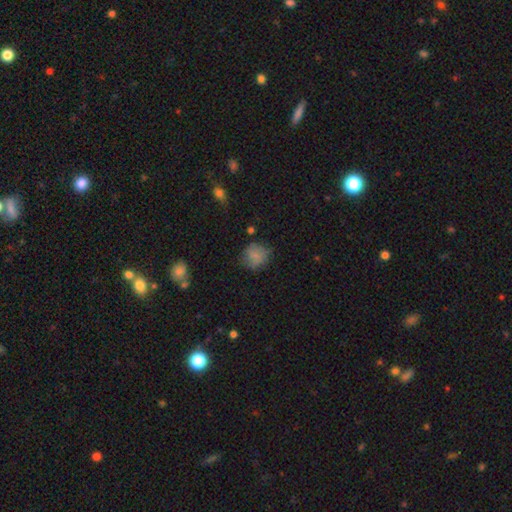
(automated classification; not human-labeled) smooth 76%, star or artifact 12%, featured or disk 12%. Down the decision tree: how rounded — round (78%); merging — none (64%).